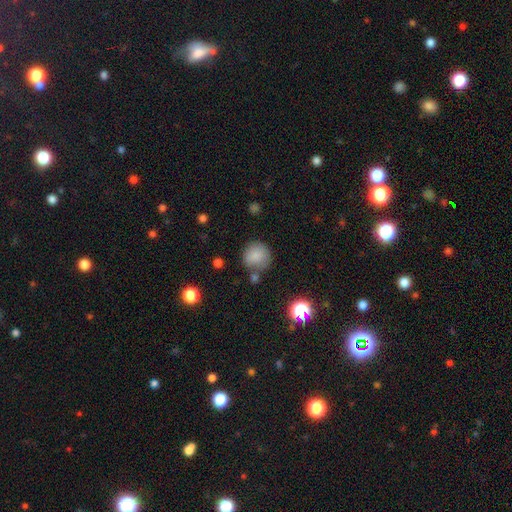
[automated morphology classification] Overall: smooth (82%). How rounded: round (89%). Merging: none (68%).